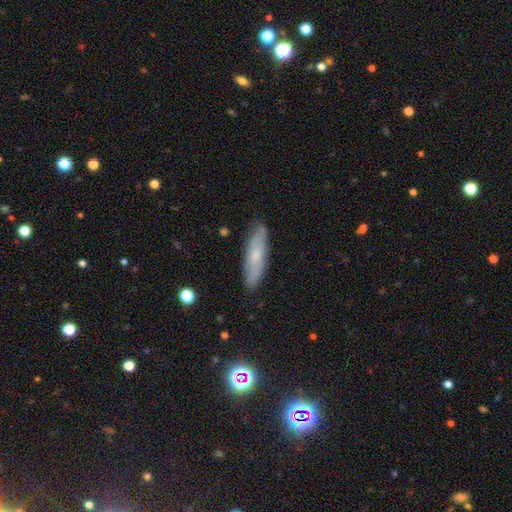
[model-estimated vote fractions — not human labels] Smooth or featured? Predicted: smooth (p=0.59). How rounded? Predicted: cigar-shaped (p=0.66). Merging? Predicted: none (p=0.85).